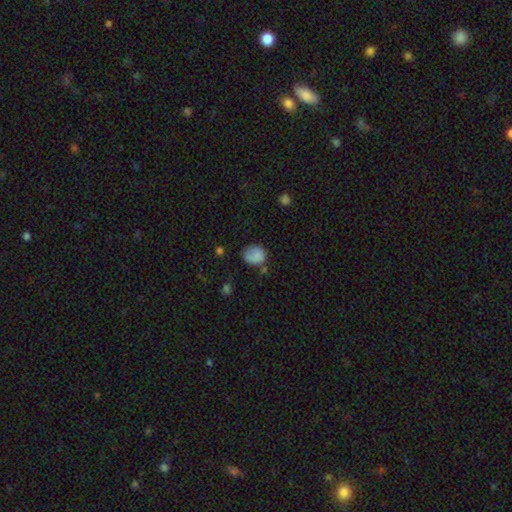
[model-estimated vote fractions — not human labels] Smooth or featured?
  - smooth: 81% *
  - star or artifact: 10%
  - featured or disk: 9%
How rounded?
  - round: 69% *
  - in between: 30%
  - cigar-shaped: 1%
Merging?
  - none: 57% *
  - minor disturbance: 28%
  - major disturbance: 10%
  - merger: 6%